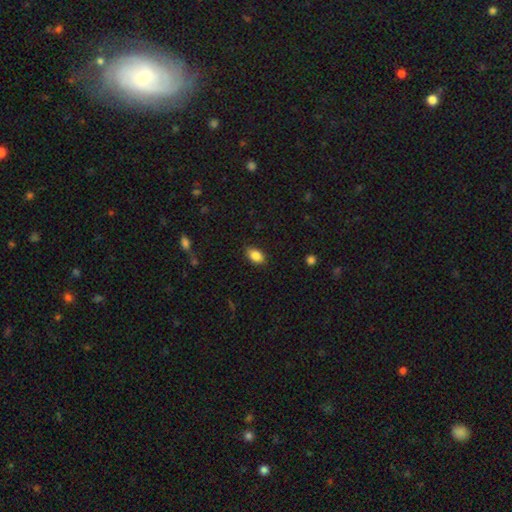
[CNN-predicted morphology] A smooth galaxy with no disk features (86%) that is in between round and cigar-shaped (88%). Merging: none (81%).